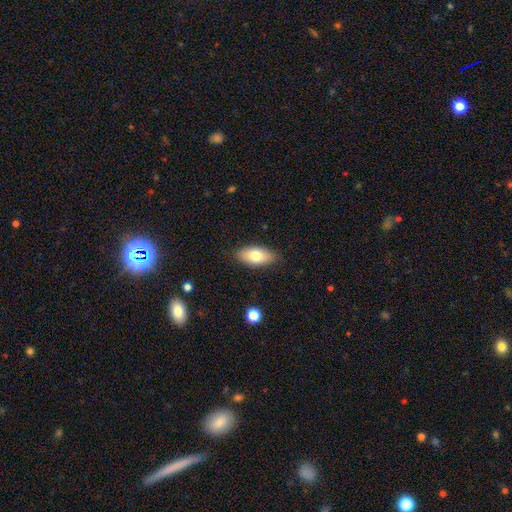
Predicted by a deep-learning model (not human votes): This is likely a smooth galaxy (76%). How rounded: clearly in between (89%). Merging: clearly none (85%).